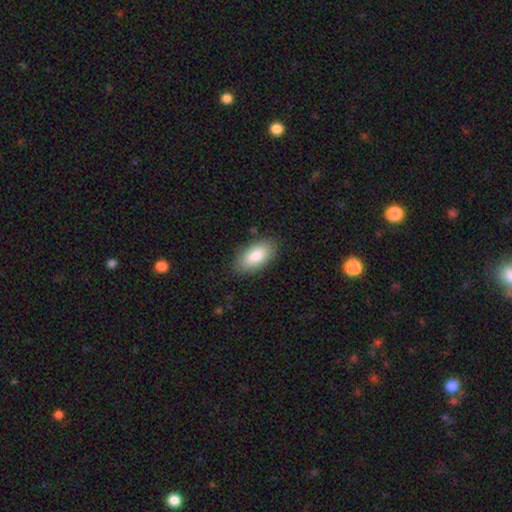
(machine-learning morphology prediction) The model was most divided on "merging": none: 85%, minor disturbance: 11%, major disturbance: 3%, merger: 1%. More confident: how rounded — in between (93%); smooth or featured — smooth (85%).